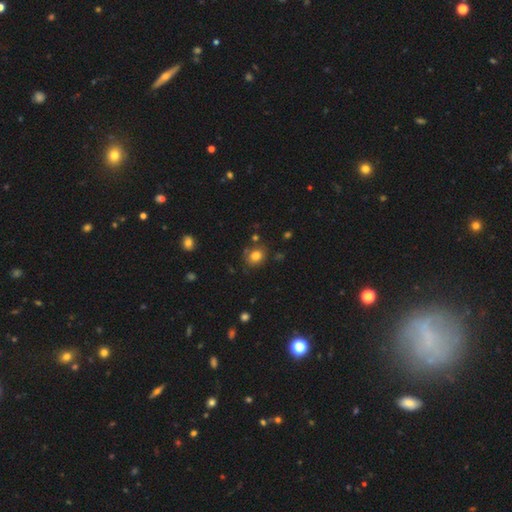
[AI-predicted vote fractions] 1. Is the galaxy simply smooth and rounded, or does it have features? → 79% smooth, 12% star or artifact, 9% featured or disk.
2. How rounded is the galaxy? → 63% round, 36% in between, 1% cigar-shaped.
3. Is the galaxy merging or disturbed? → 77% none, 14% minor disturbance, 6% merger, 4% major disturbance.